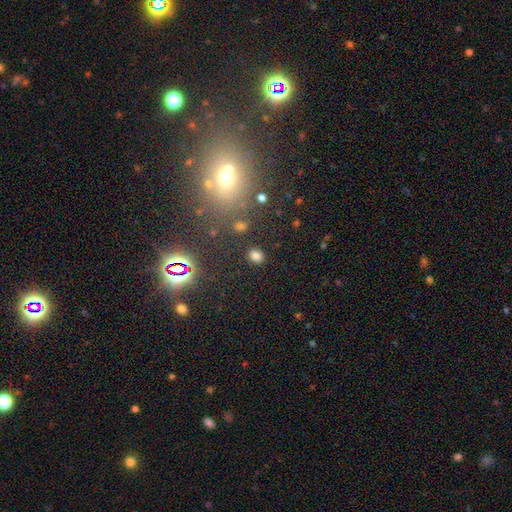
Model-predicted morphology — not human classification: smooth 77%, star or artifact 18%, featured or disk 5%. Down the decision tree: how rounded — round (53%); merging — none (85%).